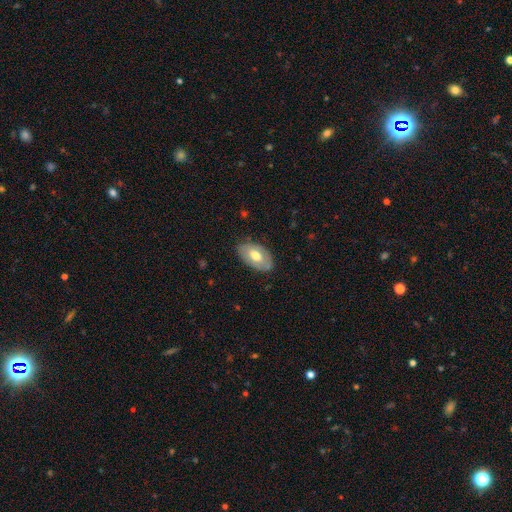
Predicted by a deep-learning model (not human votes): Smooth or featured? Predicted: smooth (p=0.58). How rounded? Predicted: in between (p=0.93). Merging? Predicted: none (p=0.79).